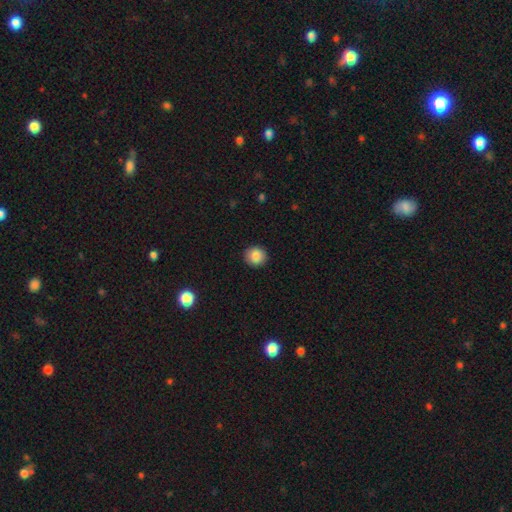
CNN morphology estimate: smooth 87%, star or artifact 9%, featured or disk 5%. Down the decision tree: how rounded — round (89%); merging — none (92%).